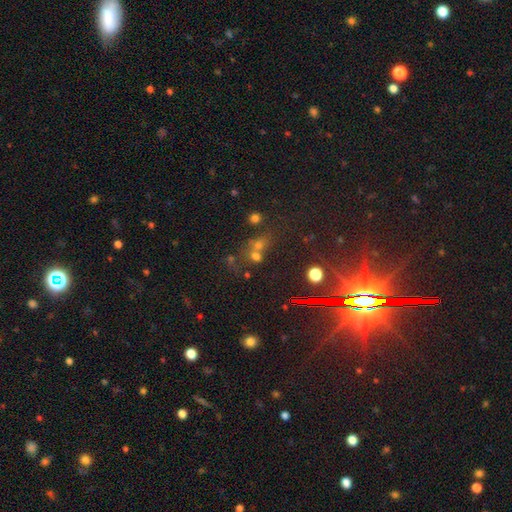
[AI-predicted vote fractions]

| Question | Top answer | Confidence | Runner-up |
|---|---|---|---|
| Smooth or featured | smooth | 57% | star or artifact (28%) |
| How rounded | round | 69% | in between (29%) |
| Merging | merger | 47% | none (37%) |